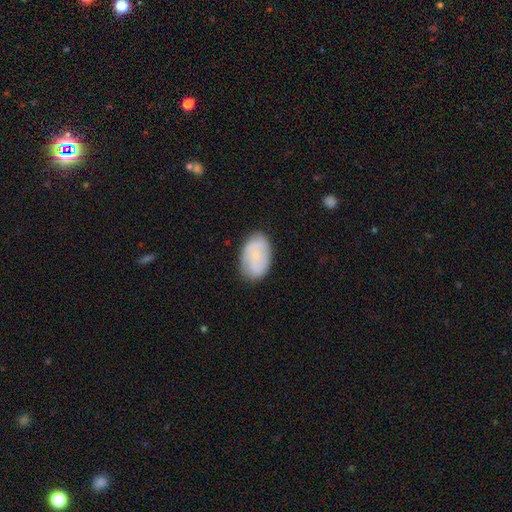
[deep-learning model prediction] smooth 54%, featured or disk 39%, star or artifact 7%. Down the decision tree: how rounded — in between (89%); merging — none (80%).